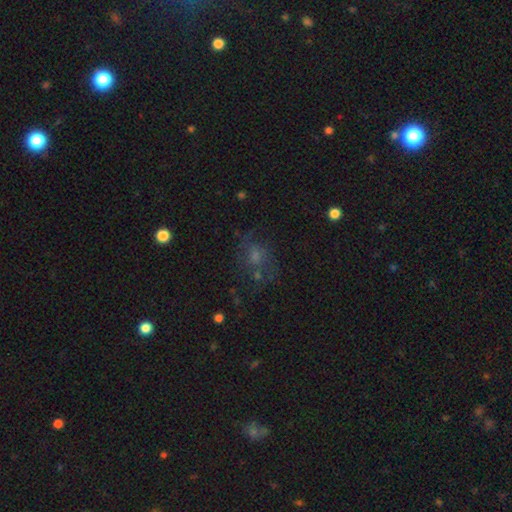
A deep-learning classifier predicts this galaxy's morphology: type=star or artifact (37%).